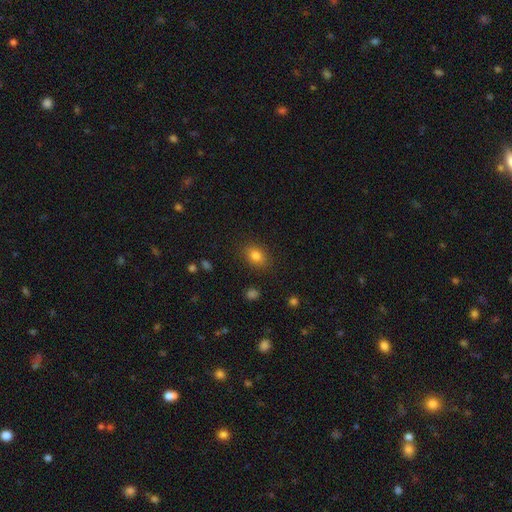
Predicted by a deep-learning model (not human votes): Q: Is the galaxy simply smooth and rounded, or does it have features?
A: smooth — 81%.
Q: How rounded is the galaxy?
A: in between — 69%.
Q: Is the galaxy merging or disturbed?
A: none — 86%.